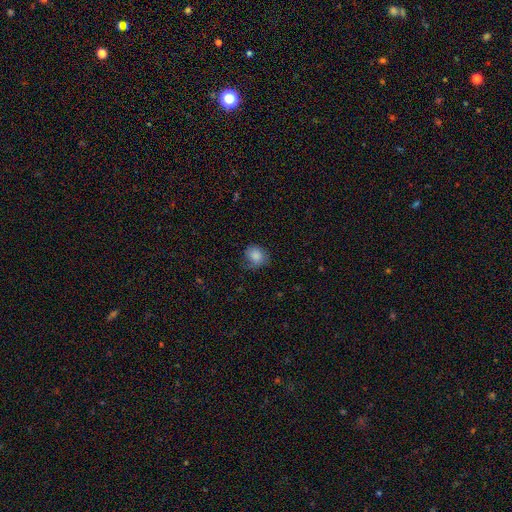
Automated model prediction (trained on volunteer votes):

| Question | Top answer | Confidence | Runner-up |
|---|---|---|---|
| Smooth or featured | smooth | 82% | featured or disk (9%) |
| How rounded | round | 71% | in between (28%) |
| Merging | none | 63% | minor disturbance (27%) |